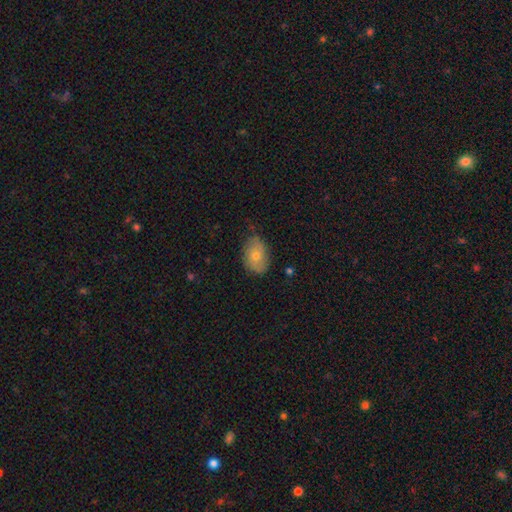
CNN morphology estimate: smooth_or_featured: smooth (p=0.63) [alt: featured or disk p=0.29]
how_rounded: in between (p=0.83) [alt: round p=0.15]
merging: none (p=0.72) [alt: minor disturbance p=0.22]